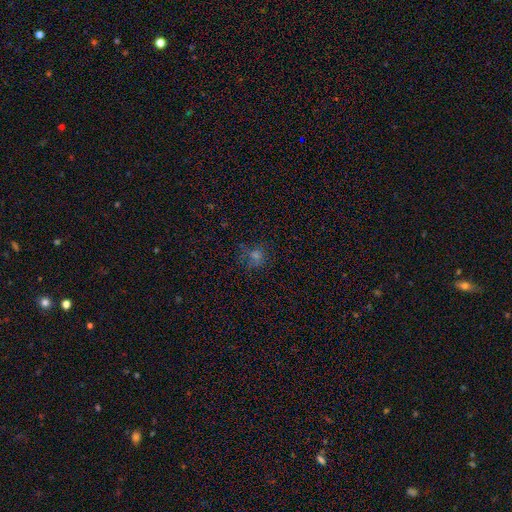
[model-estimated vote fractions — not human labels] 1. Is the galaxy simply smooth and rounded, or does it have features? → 48% smooth, 37% star or artifact, 15% featured or disk.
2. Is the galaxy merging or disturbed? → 65% none, 17% minor disturbance, 13% major disturbance, 4% merger.